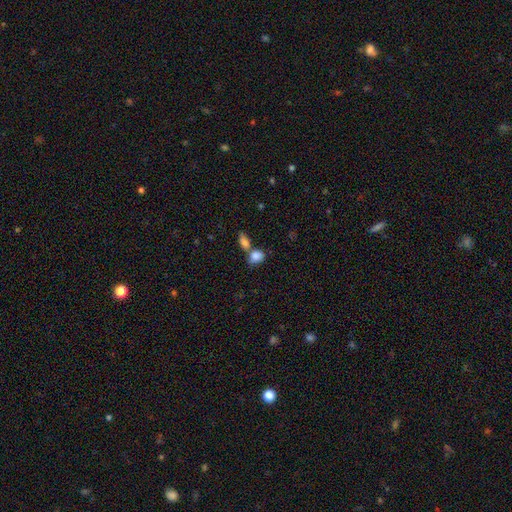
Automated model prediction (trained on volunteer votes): The model was most divided on "merging": merger: 53%, none: 33%, minor disturbance: 10%, major disturbance: 4%. More confident: smooth or featured — smooth (84%); how rounded — in between (70%).